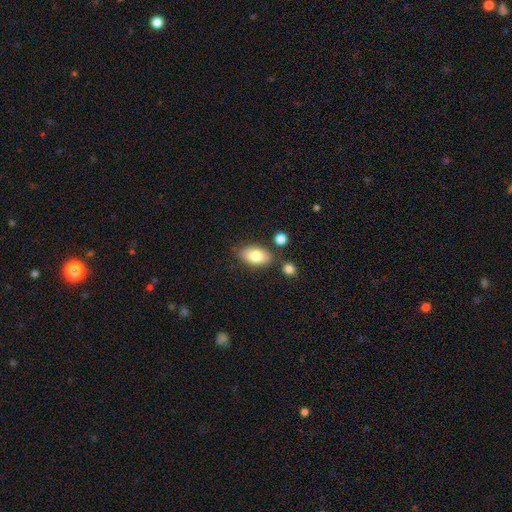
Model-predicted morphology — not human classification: smooth 79%, featured or disk 14%, star or artifact 7%. Down the decision tree: how rounded — in between (92%); merging — none (77%).